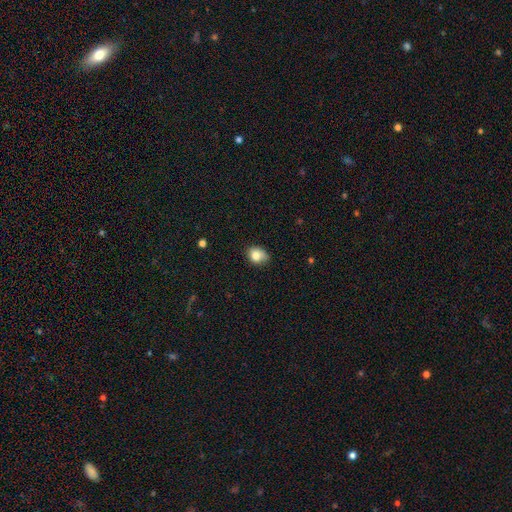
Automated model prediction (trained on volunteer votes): This appears to be a smooth galaxy with no disk features (81%) that is in between round and cigar-shaped (53%). Merging: none (60%).